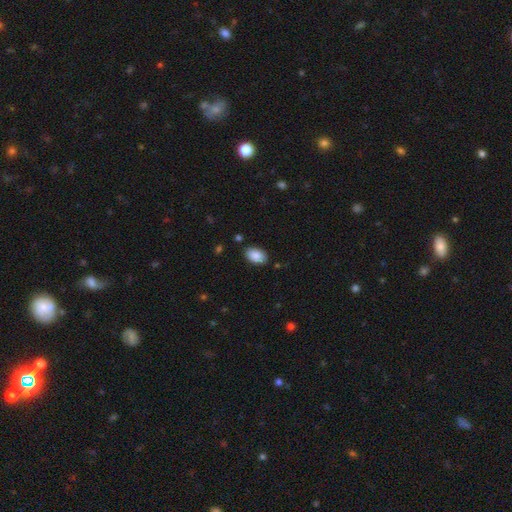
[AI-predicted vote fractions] Smooth or featured? Predicted: smooth (p=0.89). How rounded? Predicted: in between (p=0.92). Merging? Predicted: none (p=0.86).